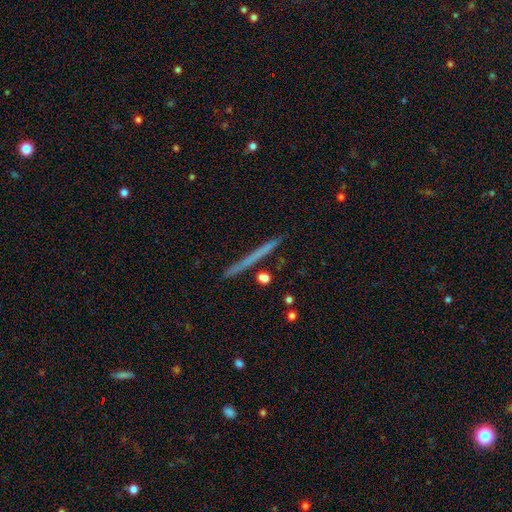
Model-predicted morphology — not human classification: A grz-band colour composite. It shows a featured or disk galaxy (50%). Merging: none (91%).